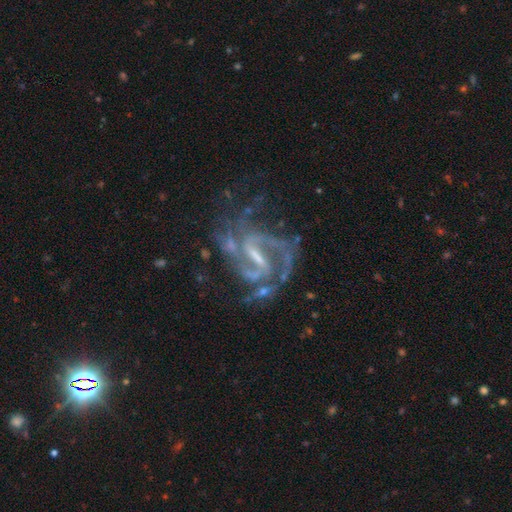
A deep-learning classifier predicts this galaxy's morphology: Smooth or featured? Predicted: featured or disk (p=0.90). Edge-on disk? Predicted: no (p=0.98). Bar? Predicted: strong (p=0.53). Spiral arms? Predicted: yes (p=0.96). Spiral winding? Predicted: medium (p=0.56). Spiral arm count? Predicted: 2 (p=0.67). Bulge size? Predicted: small (p=0.52). Merging? Predicted: none (p=0.49).